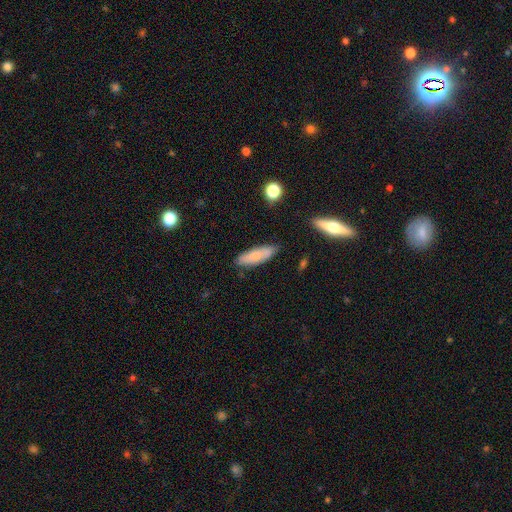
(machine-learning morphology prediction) This is likely a smooth galaxy (76%). How rounded: possibly cigar-shaped (49%, tied with in between). Merging: likely none (78%).